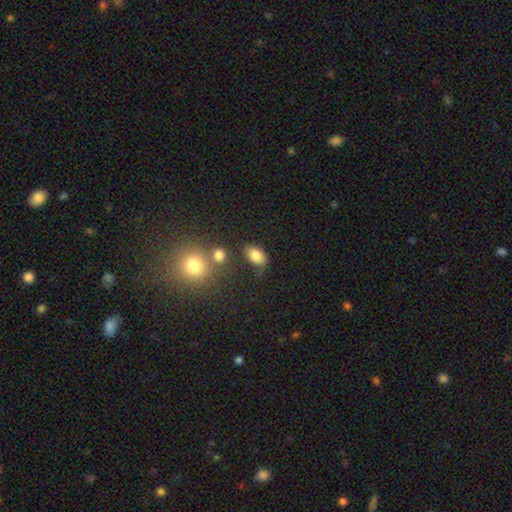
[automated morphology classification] Q: Smooth or featured?
A: smooth (83%); runner-up: star or artifact (10%)
Q: How rounded?
A: in between (86%); runner-up: round (13%)
Q: Merging?
A: none (63%); runner-up: minor disturbance (22%)